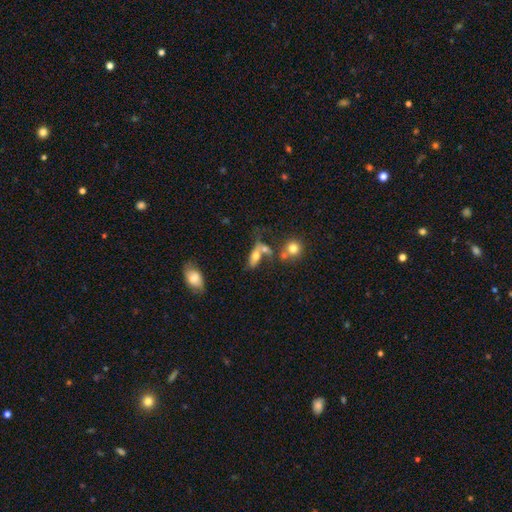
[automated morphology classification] A smooth galaxy with no disk features (60%) that is in between round and cigar-shaped (71%). Merging: none (37%).